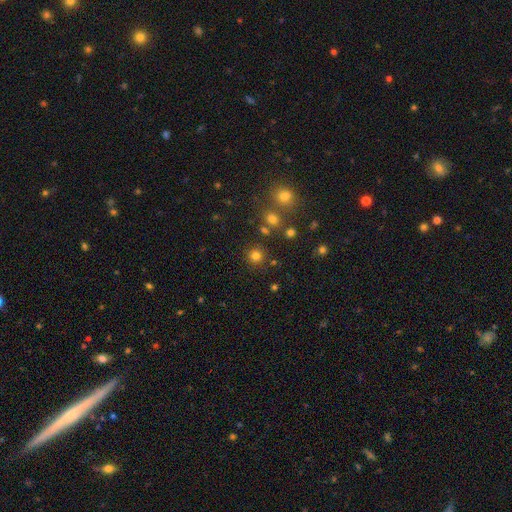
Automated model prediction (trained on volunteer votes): smooth_or_featured: smooth (p=0.77) [alt: star or artifact p=0.17]
how_rounded: round (p=0.93) [alt: in between p=0.06]
merging: none (p=0.85) [alt: minor disturbance p=0.07]